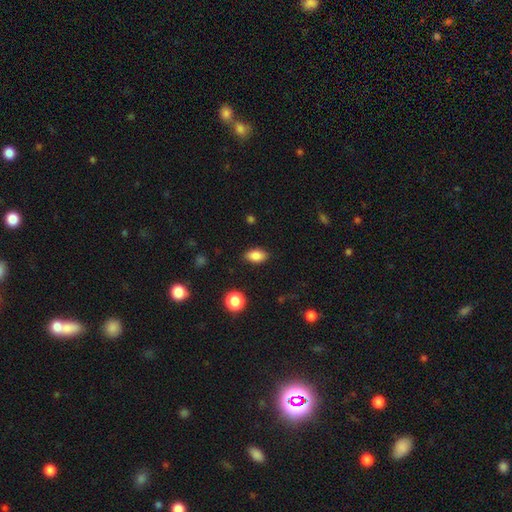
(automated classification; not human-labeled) This appears to be a smooth galaxy with no disk features (85%) that is in between round and cigar-shaped (88%). Merging: none (86%).